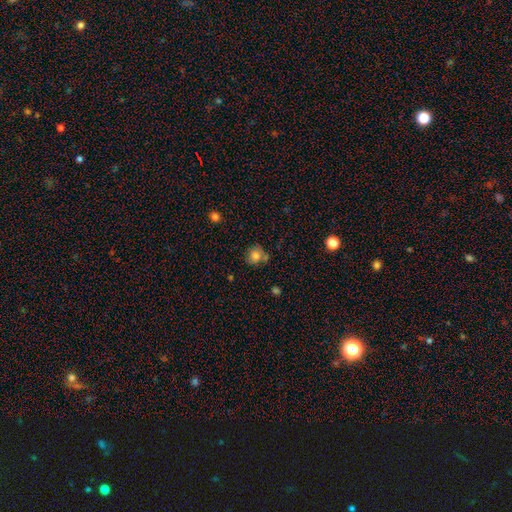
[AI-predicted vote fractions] This is likely a smooth galaxy (80%). How rounded: likely round (79%). Merging: likely none (62%).